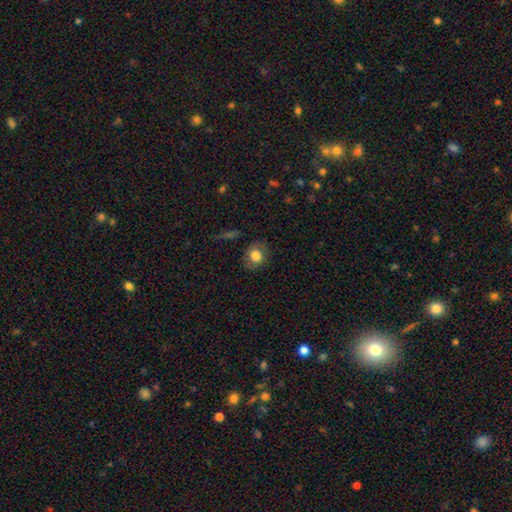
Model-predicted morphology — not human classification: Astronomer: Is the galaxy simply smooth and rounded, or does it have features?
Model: smooth — 77%.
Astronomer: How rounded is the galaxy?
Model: round — 62%.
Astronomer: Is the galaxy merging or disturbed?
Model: none — 79%.